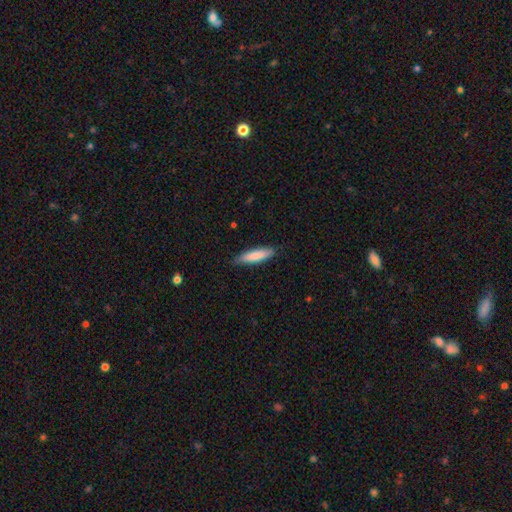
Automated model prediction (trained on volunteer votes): Overall: smooth (84%). How rounded: cigar-shaped (73%). Merging: none (85%).